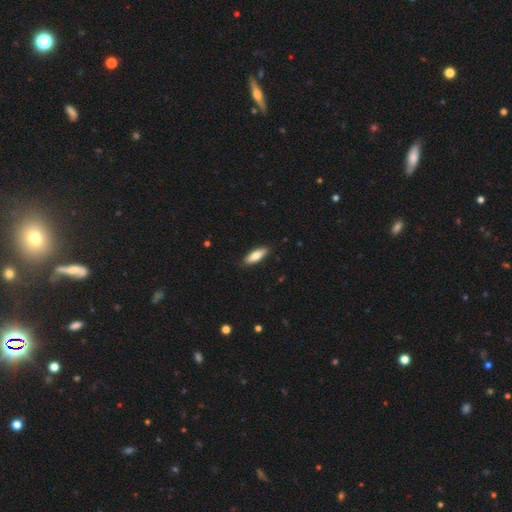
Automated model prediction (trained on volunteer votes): smooth-or-featured: smooth: 76% | featured or disk: 18% | star or artifact: 5%
  how-rounded: in between: 59% | cigar-shaped: 39% | round: 2%
  merging: none: 88% | minor disturbance: 9% | major disturbance: 2% | merger: 1%